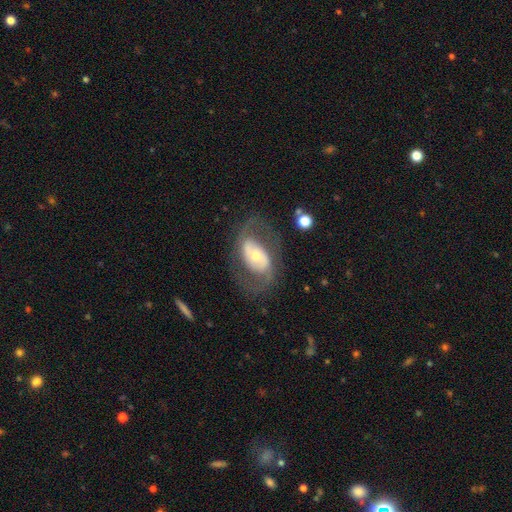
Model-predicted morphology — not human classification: A featured or disk galaxy (76%) with no bar (46%), 2 (85%) medium (49%) spiral arms (76%) and a moderate central bulge (56%).

Vote fractions:
- Smooth or featured? featured or disk: 76% / smooth: 18% / star or artifact: 6%
- Edge-on disk? no: 95% / yes: 5%
- Bar? no: 46% / weak: 32% / strong: 22%
- Spiral arms? yes: 76% / no: 24%
- Spiral winding? medium: 49% / loose: 29% / tight: 22%
- Spiral arm count? 2: 85% / can't tell: 9% / 1: 3% / 3: 1% / 4: 1% / more than 4: 1%
- Bulge size? moderate: 56% / small: 32% / large: 9% / dominant: 2% / none: 1%
- Merging? none: 69% / major disturbance: 15% / minor disturbance: 15% / merger: 2%